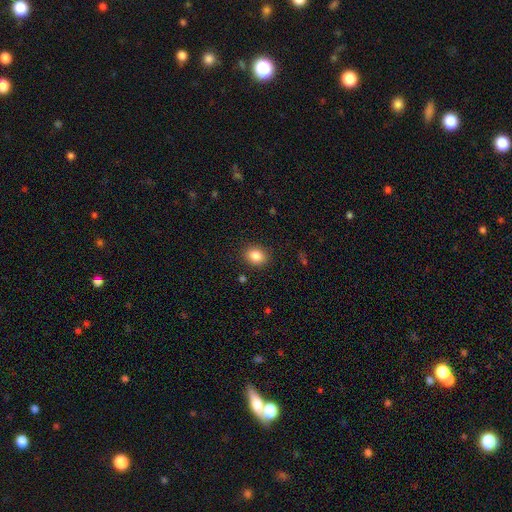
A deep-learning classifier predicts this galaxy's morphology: This appears to be a smooth galaxy with no disk features (85%) that is round (55%). Merging: none (88%).